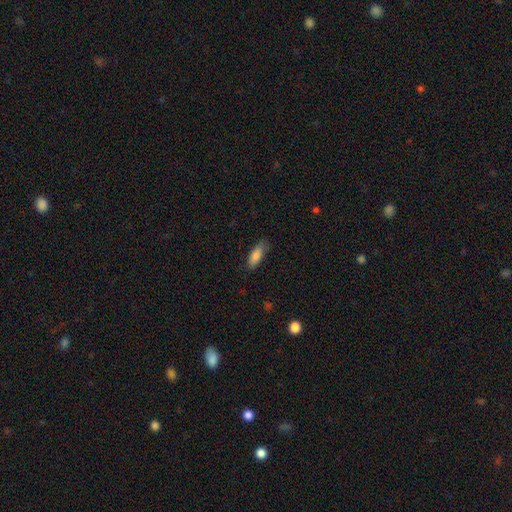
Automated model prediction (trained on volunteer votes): Smooth or featured?
  - smooth: 85% *
  - featured or disk: 8%
  - star or artifact: 7%
How rounded?
  - in between: 65% *
  - cigar-shaped: 33%
  - round: 2%
Merging?
  - none: 76% *
  - minor disturbance: 19%
  - major disturbance: 4%
  - merger: 1%